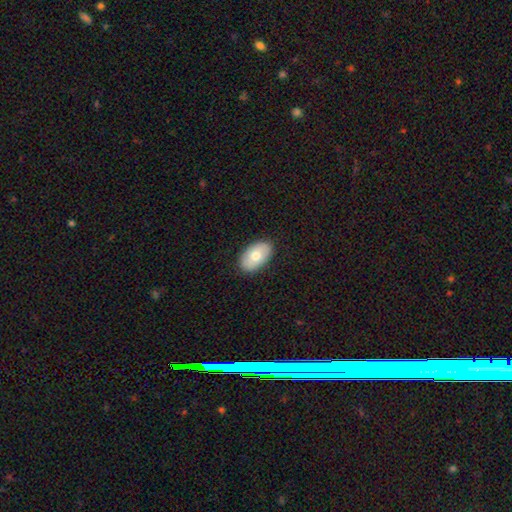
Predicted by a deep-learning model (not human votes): Smooth or featured: smooth — 72% (featured or disk — 22%)
How rounded: in between — 93% (round — 6%)
Merging: none — 88% (minor disturbance — 10%)